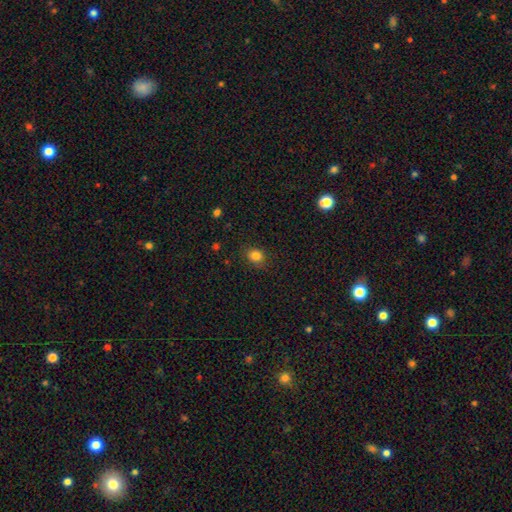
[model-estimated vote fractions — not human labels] smooth-or-featured: smooth: 83% | star or artifact: 12% | featured or disk: 5%
  how-rounded: round: 68% | in between: 31% | cigar-shaped: 1%
  merging: none: 85% | minor disturbance: 11% | major disturbance: 3% | merger: 1%